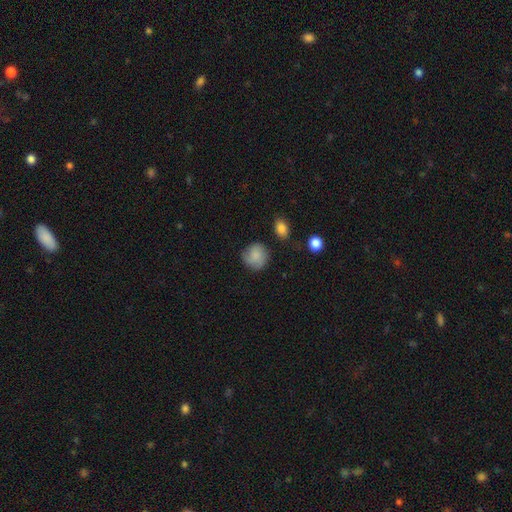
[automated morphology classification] Overall: smooth (81%). How rounded: round (86%). Merging: none (73%).